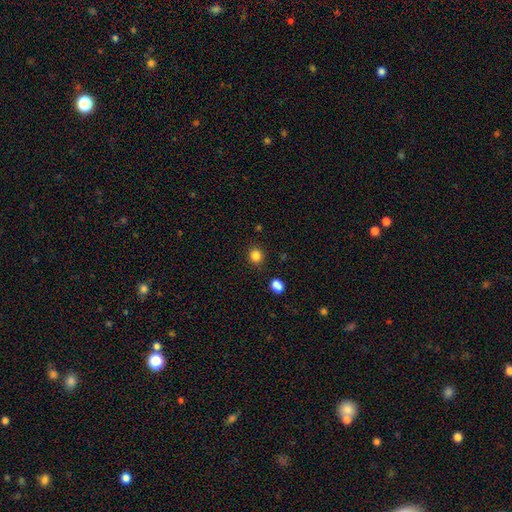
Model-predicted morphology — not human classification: This appears to be a smooth galaxy with no disk features (84%) that is round (87%). Merging: none (87%).